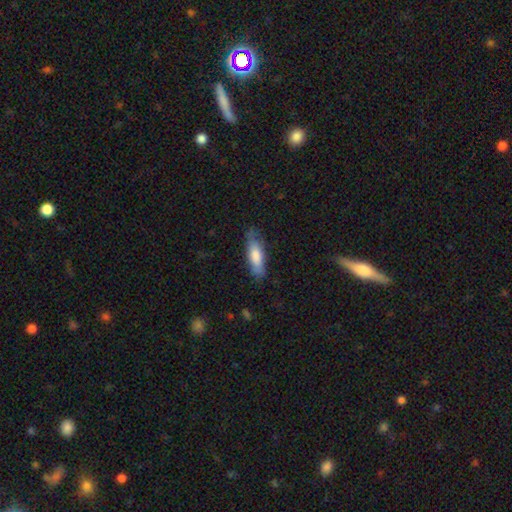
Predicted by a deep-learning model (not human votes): A smooth galaxy with no disk features (70%) that is in between round and cigar-shaped (53%).

Vote fractions:
- Smooth or featured? smooth: 70% / featured or disk: 24% / star or artifact: 6%
- How rounded? in between: 53% / cigar-shaped: 46% / round: 2%
- Merging? none: 70% / minor disturbance: 23% / major disturbance: 6% / merger: 1%